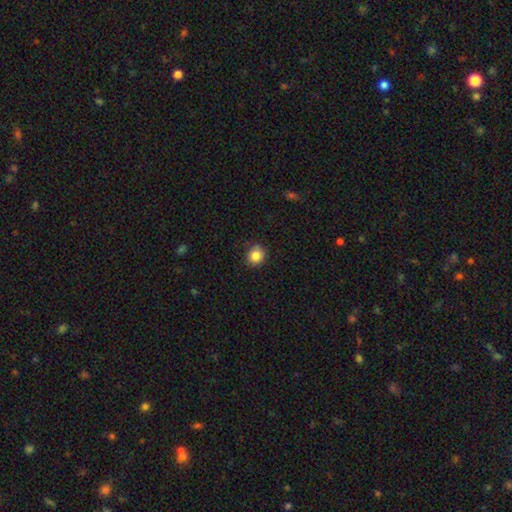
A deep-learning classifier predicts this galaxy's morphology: smooth 84%, star or artifact 10%, featured or disk 5%. Down the decision tree: how rounded — round (86%); merging — none (85%).